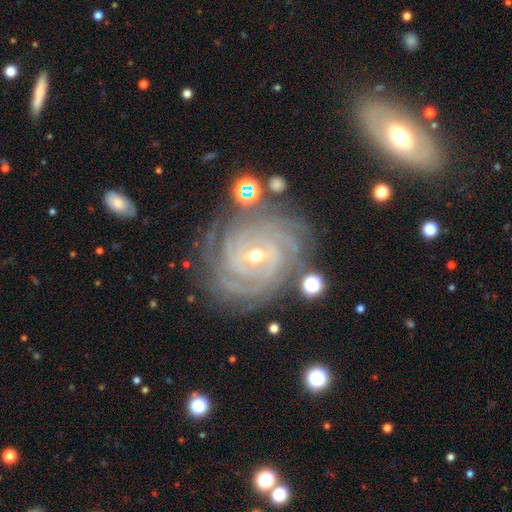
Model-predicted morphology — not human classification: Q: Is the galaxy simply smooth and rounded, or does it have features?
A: featured or disk — 91%.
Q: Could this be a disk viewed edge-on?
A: no — 98%.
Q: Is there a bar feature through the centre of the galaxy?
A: no — 45%.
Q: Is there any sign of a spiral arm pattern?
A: yes — 99%.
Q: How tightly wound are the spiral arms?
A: tight — 86%.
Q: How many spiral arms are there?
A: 4 — 33%.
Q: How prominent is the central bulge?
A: small — 58%.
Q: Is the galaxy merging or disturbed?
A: none — 79%.